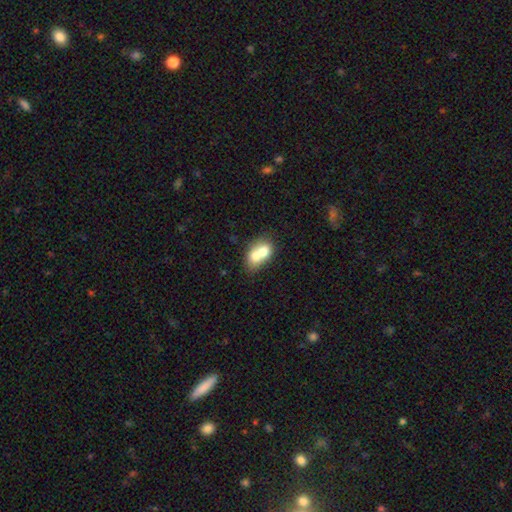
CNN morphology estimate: This is likely a smooth galaxy (66%). How rounded: likely in between (61%). Merging: likely merger (70%).